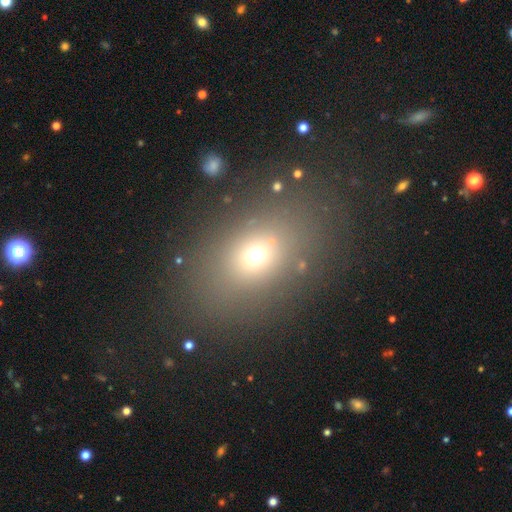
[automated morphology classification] This appears to be a smooth galaxy with no disk features (63%) that is in between round and cigar-shaped (60%). Merging: none (80%).